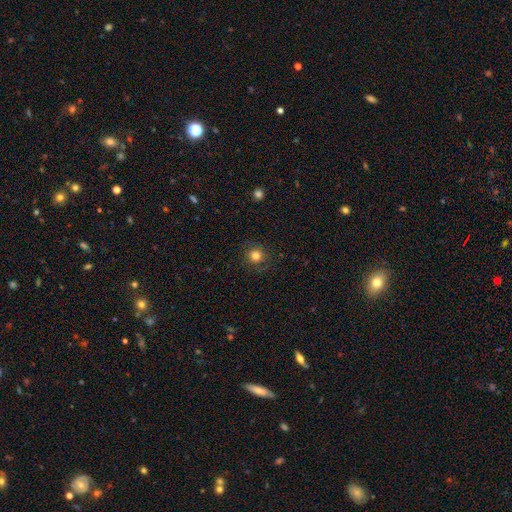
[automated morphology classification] smooth-or-featured: smooth: 81% | star or artifact: 13% | featured or disk: 7%
  how-rounded: round: 91% | in between: 8% | cigar-shaped: 1%
  merging: none: 87% | minor disturbance: 8% | major disturbance: 3% | merger: 1%